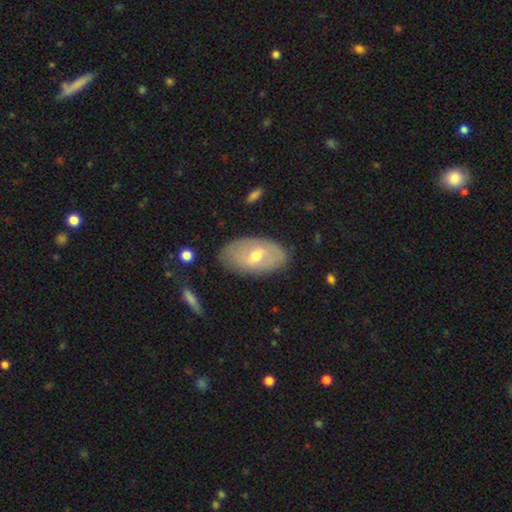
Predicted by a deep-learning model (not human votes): Smooth or featured? Predicted: featured or disk (p=0.52). Edge-on disk? Predicted: no (p=0.87). Merging? Predicted: none (p=0.81).